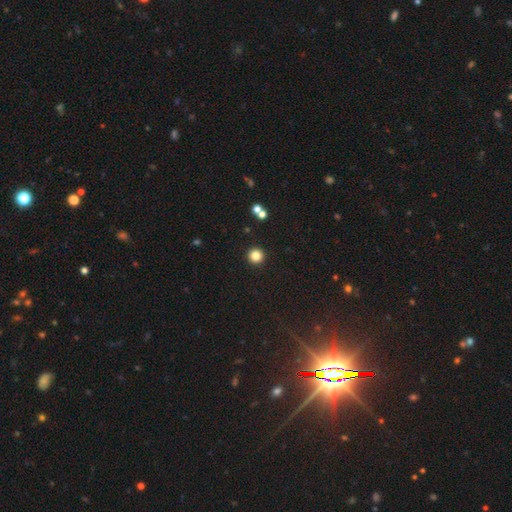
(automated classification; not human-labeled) A smooth galaxy with no disk features (83%) that is round (96%). Merging: none (92%).